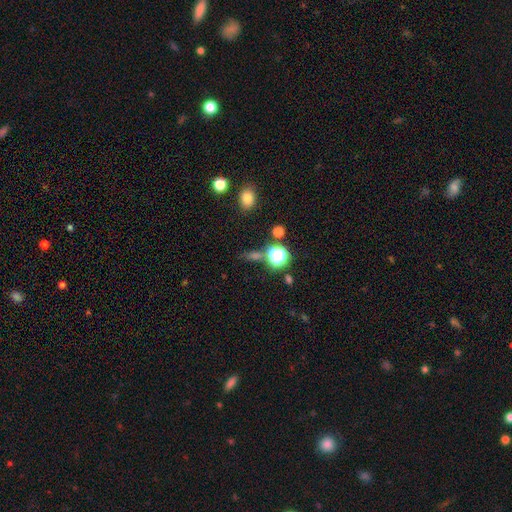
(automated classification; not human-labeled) Overall: star or artifact (48%; smooth 41%).